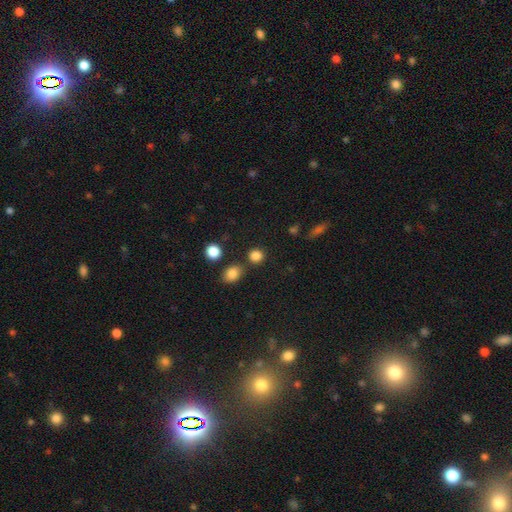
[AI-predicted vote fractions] smooth 84%, star or artifact 12%, featured or disk 4%. Down the decision tree: how rounded — round (82%); merging — none (77%).